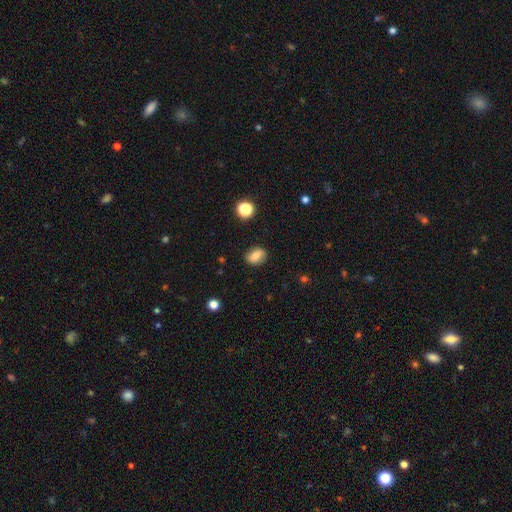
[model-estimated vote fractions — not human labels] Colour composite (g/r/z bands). It shows a smooth galaxy with no disk features (71%) that is in between round and cigar-shaped (64%). Merging: none (84%).